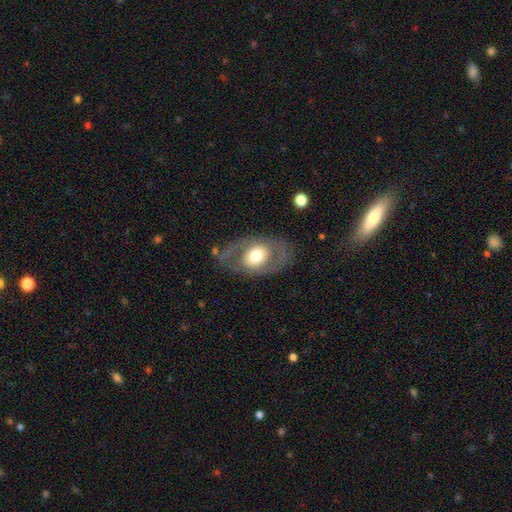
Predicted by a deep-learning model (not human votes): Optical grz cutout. It shows a featured or disk galaxy (55%). Merging: none (72%).